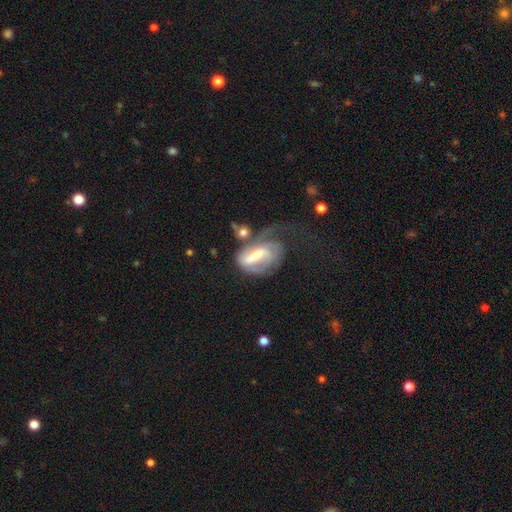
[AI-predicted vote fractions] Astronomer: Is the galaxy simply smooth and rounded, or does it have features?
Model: featured or disk — 70%.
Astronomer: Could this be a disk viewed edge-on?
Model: no — 95%.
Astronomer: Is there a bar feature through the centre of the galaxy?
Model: strong — 45% (runner-up: weak, 39%).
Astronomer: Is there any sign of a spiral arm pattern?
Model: yes — 80%.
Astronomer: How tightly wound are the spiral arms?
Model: medium — 38% (runner-up: tight, 33%).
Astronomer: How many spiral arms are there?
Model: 2 — 36% (runner-up: 1, 35%).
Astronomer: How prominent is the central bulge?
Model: moderate — 42% (runner-up: small, 31%).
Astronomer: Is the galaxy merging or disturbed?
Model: major disturbance — 49%.